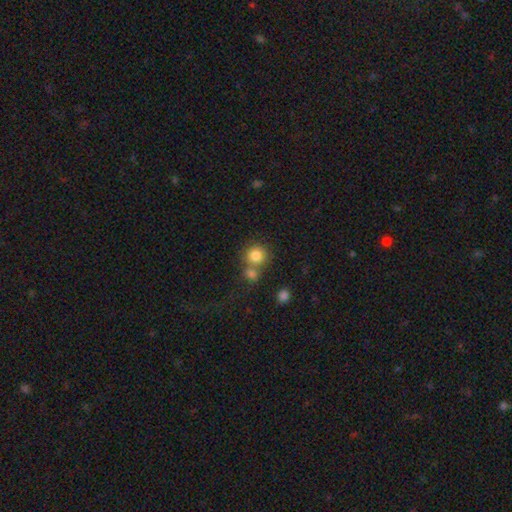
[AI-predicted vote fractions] smooth 82%, star or artifact 11%, featured or disk 8%. Down the decision tree: how rounded — round (90%); merging — none (54%).